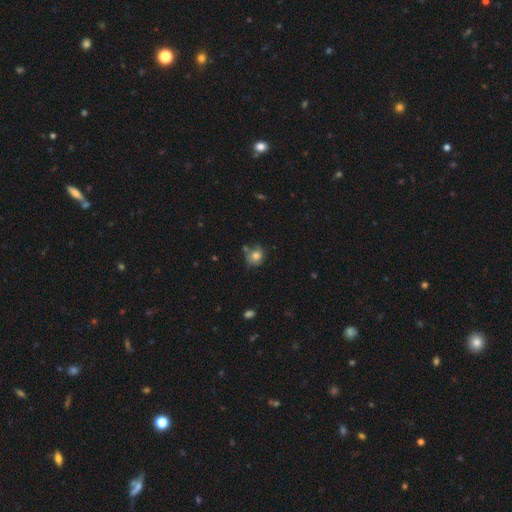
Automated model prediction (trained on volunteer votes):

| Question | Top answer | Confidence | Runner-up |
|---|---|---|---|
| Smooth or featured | smooth | 74% | featured or disk (16%) |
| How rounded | round | 76% | in between (23%) |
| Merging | none | 59% | minor disturbance (25%) |